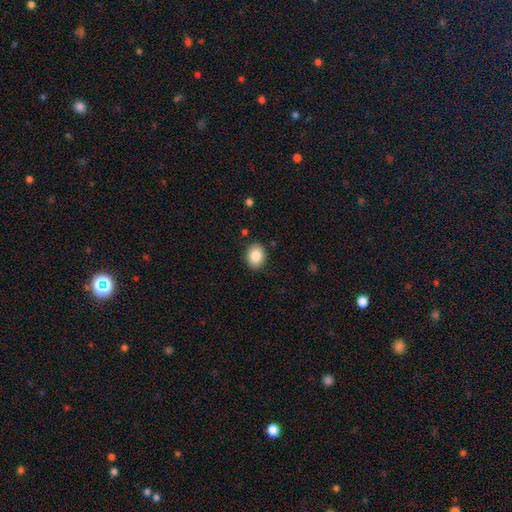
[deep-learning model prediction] This appears to be a smooth galaxy with no disk features (85%) that is in between round and cigar-shaped (62%). Merging: none (87%).